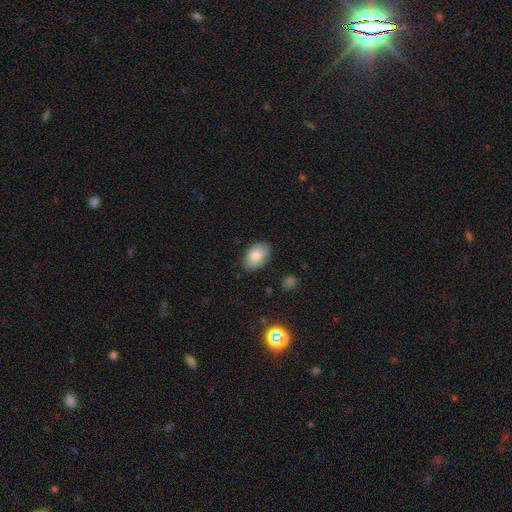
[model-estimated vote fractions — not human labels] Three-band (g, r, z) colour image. It shows a smooth galaxy with no disk features (80%) that is in between round and cigar-shaped (91%). Merging: none (81%).